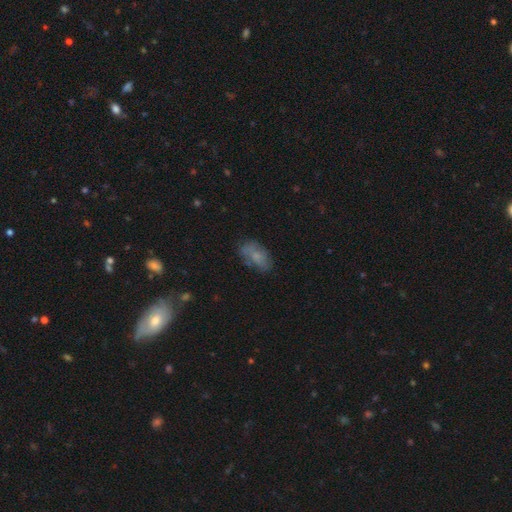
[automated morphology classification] The model was most divided on "merging": none: 61%, minor disturbance: 25%, major disturbance: 10%, merger: 4%. More confident: how rounded — in between (90%); smooth or featured — smooth (64%).